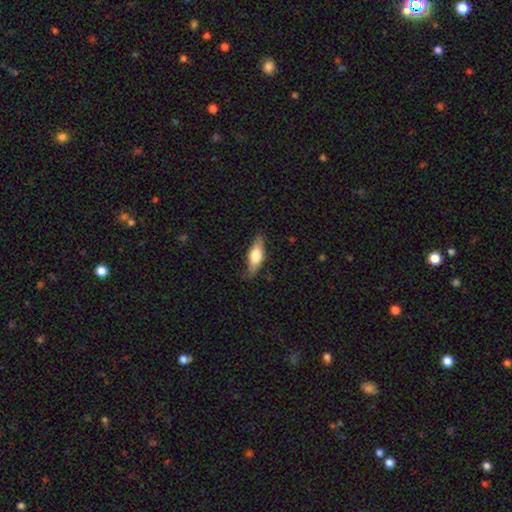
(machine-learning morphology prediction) Smooth or featured: smooth — 55% (featured or disk — 39%)
How rounded: in between — 54% (cigar-shaped — 43%)
Merging: none — 80% (minor disturbance — 15%)